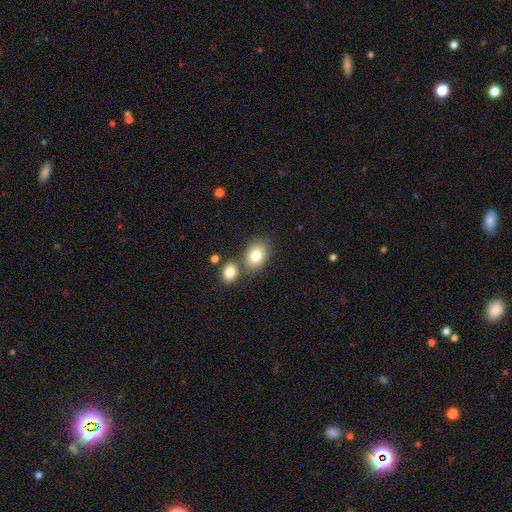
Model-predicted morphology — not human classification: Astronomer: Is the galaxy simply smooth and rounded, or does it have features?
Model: smooth — 80%.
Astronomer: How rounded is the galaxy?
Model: in between — 72%.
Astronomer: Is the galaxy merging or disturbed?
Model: none — 61%.